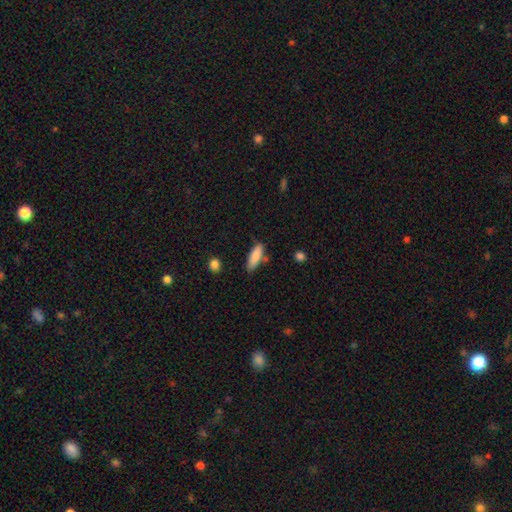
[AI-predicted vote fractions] smooth_or_featured: smooth (p=0.85) [alt: featured or disk p=0.08]
how_rounded: in between (p=0.55) [alt: cigar-shaped p=0.43]
merging: none (p=0.69) [alt: minor disturbance p=0.21]